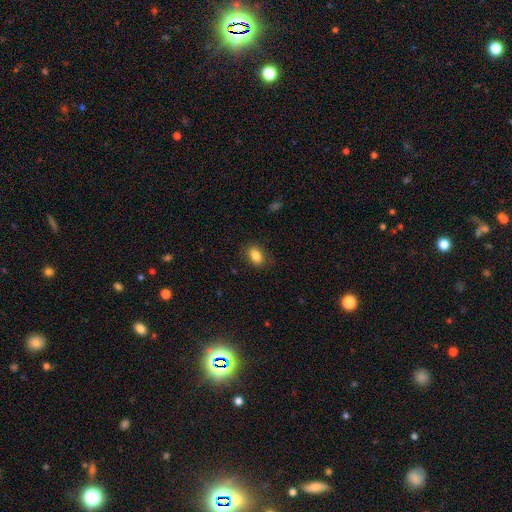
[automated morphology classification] Smooth or featured?
  - smooth: 85% *
  - star or artifact: 9%
  - featured or disk: 7%
How rounded?
  - in between: 83% *
  - round: 16%
  - cigar-shaped: 2%
Merging?
  - none: 85% *
  - minor disturbance: 11%
  - major disturbance: 3%
  - merger: 1%